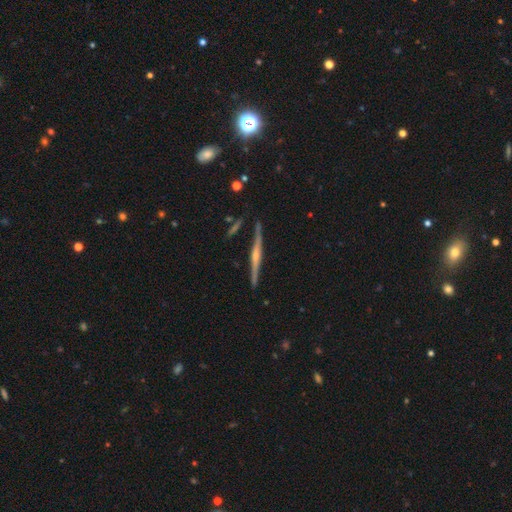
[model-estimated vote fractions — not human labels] smooth_or_featured: featured or disk (p=0.83) [alt: smooth p=0.11]
disk_edge_on: yes (p=0.98) [alt: no p=0.02]
edge_on_bulge: rounded (p=0.76) [alt: none p=0.13]
merging: none (p=0.89) [alt: minor disturbance p=0.08]